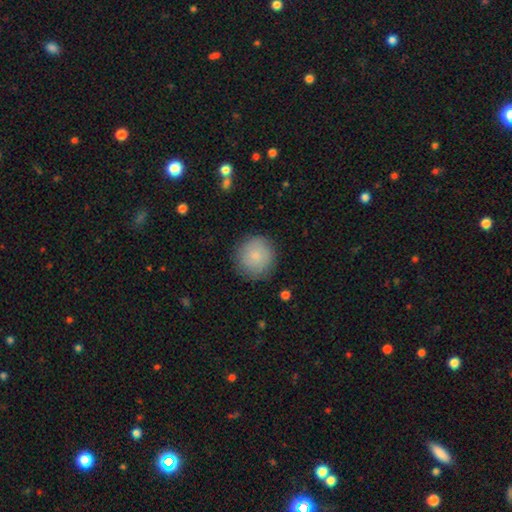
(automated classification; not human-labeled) Smooth or featured? smooth (80%)
How rounded? round (94%)
Merging? none (84%)